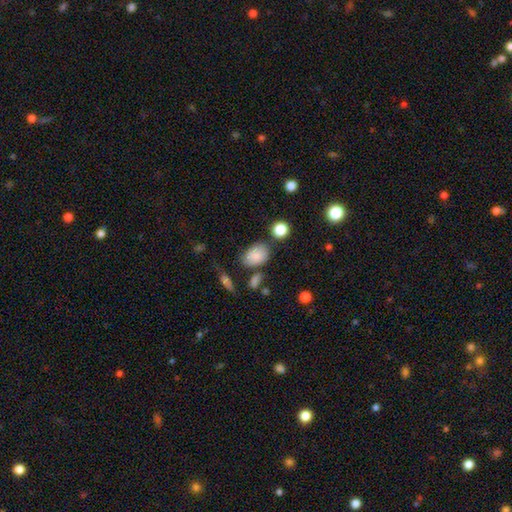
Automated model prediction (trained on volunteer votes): A smooth galaxy with no disk features (83%) that is in between round and cigar-shaped (80%).

Vote fractions:
- Smooth or featured? smooth: 83% / star or artifact: 9% / featured or disk: 8%
- How rounded? in between: 80% / round: 19% / cigar-shaped: 1%
- Merging? none: 67% / minor disturbance: 19% / merger: 8% / major disturbance: 6%